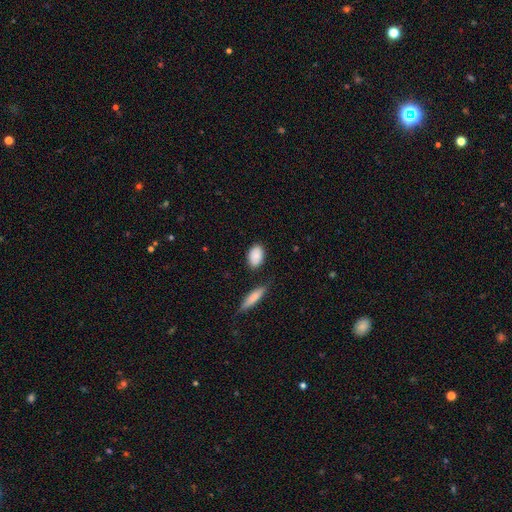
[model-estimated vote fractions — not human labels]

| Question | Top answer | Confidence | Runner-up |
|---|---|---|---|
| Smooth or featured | smooth | 87% | featured or disk (7%) |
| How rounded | in between | 90% | round (7%) |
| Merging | none | 77% | minor disturbance (14%) |